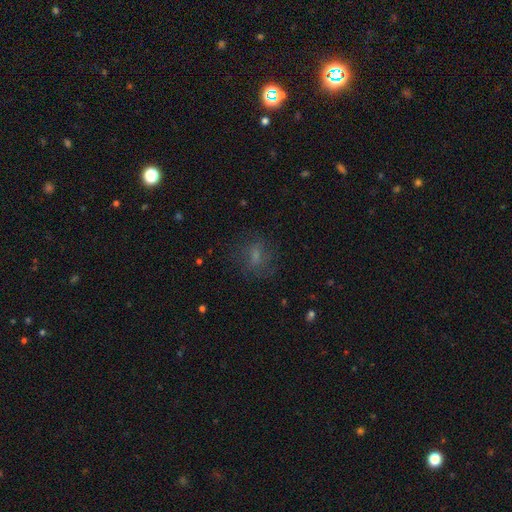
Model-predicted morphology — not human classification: Q: Smooth or featured?
A: smooth (57%); runner-up: featured or disk (23%)
Q: How rounded?
A: in between (49%); runner-up: round (45%)
Q: Merging?
A: none (67%); runner-up: minor disturbance (17%)